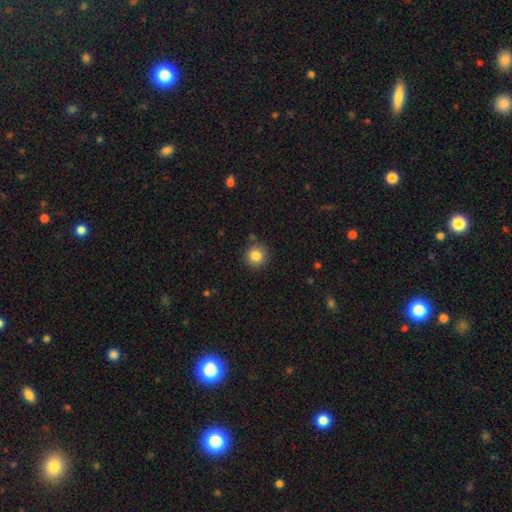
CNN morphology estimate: The model was most divided on "smooth or featured": smooth: 85%, star or artifact: 10%, featured or disk: 5%. More confident: how rounded — round (94%); merging — none (87%).